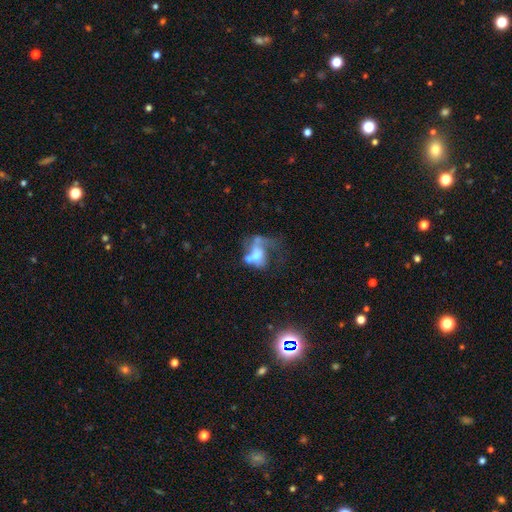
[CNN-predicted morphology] Overall: featured or disk (52%; smooth 36%). Edge-on disk: no (97%). Bar: no (76%). Spiral arms: no (63%; yes 37%). Bulge size: moderate (40%; large 24%). Merging: merger (40%; major disturbance 35%).